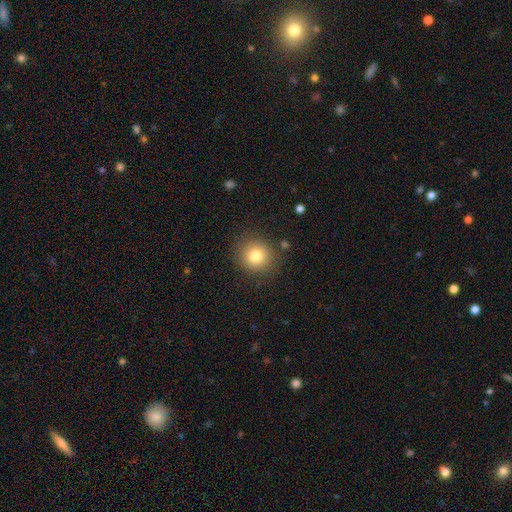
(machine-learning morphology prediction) type=smooth (79%); roundness=round (91%); merging=none (87%).